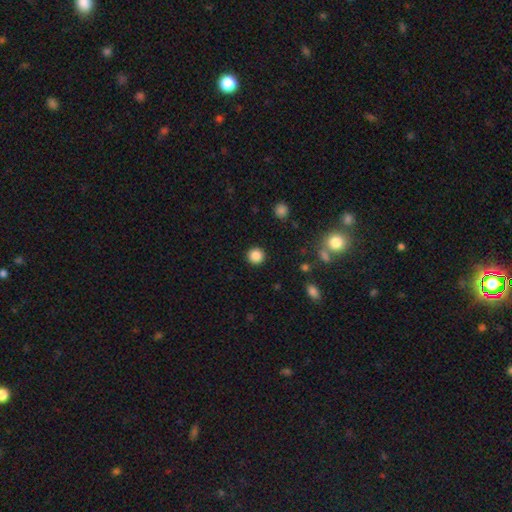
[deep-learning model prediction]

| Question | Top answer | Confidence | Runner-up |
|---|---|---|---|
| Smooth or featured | smooth | 86% | star or artifact (11%) |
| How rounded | round | 94% | in between (5%) |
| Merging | none | 92% | minor disturbance (5%) |